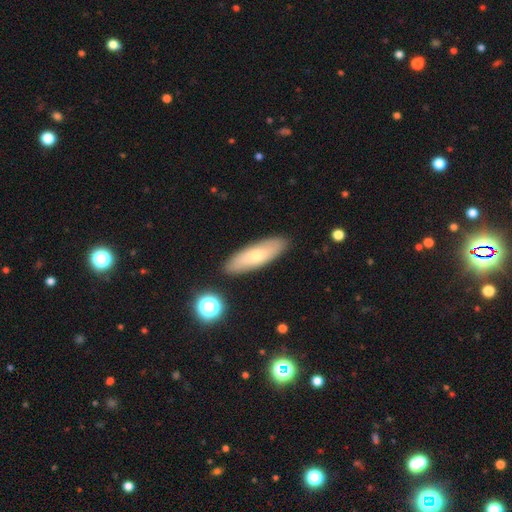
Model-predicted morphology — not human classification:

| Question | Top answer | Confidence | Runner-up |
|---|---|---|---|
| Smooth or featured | smooth | 64% | featured or disk (29%) |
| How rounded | in between | 49% | tied: cigar-shaped (49%) |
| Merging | none | 88% | minor disturbance (8%) |